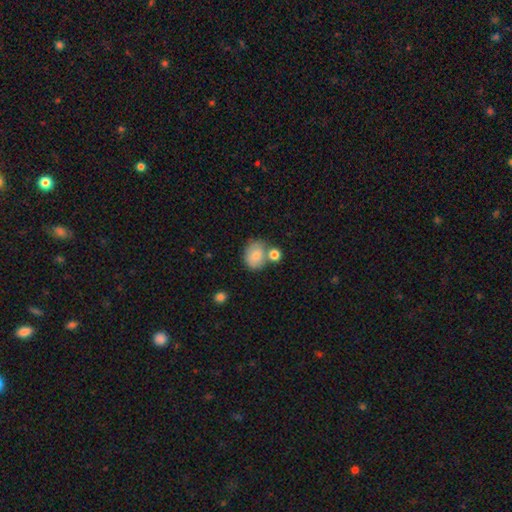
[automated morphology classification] Q: Smooth or featured?
A: smooth (80%); runner-up: featured or disk (13%)
Q: How rounded?
A: in between (52%); runner-up: round (47%)
Q: Merging?
A: none (53%); runner-up: merger (26%)